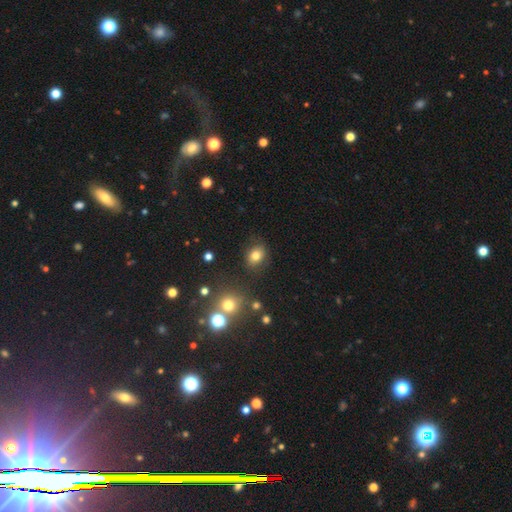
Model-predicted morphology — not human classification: Q: Smooth or featured?
A: smooth (79%); runner-up: star or artifact (14%)
Q: How rounded?
A: in between (53%); runner-up: round (46%)
Q: Merging?
A: none (80%); runner-up: minor disturbance (13%)